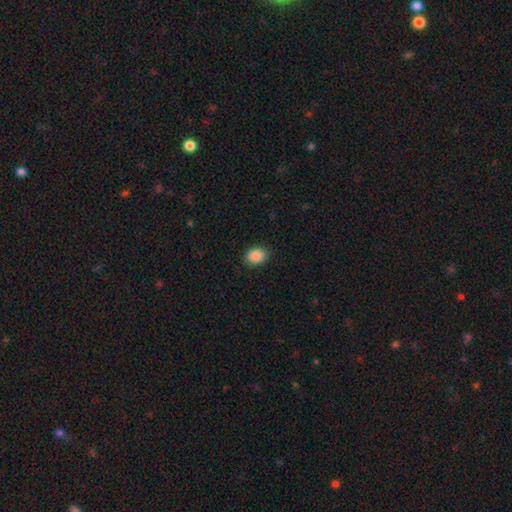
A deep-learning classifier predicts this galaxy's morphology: smooth_or_featured: smooth (p=0.88) [alt: star or artifact p=0.08]
how_rounded: in between (p=0.62) [alt: round p=0.37]
merging: none (p=0.88) [alt: minor disturbance p=0.09]